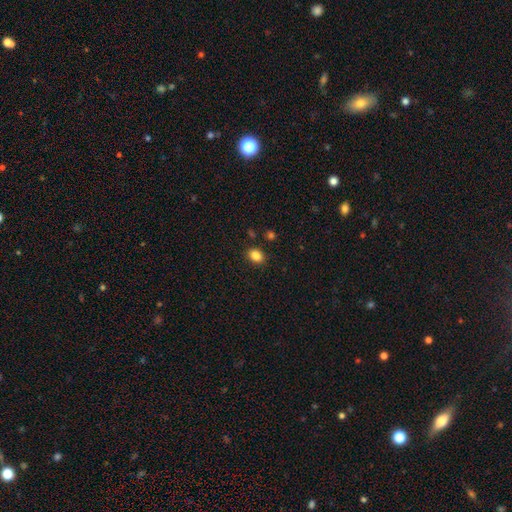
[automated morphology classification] Smooth or featured?
  - smooth: 86% *
  - star or artifact: 10%
  - featured or disk: 4%
How rounded?
  - in between: 68% *
  - round: 31%
  - cigar-shaped: 1%
Merging?
  - none: 86% *
  - minor disturbance: 9%
  - major disturbance: 3%
  - merger: 3%